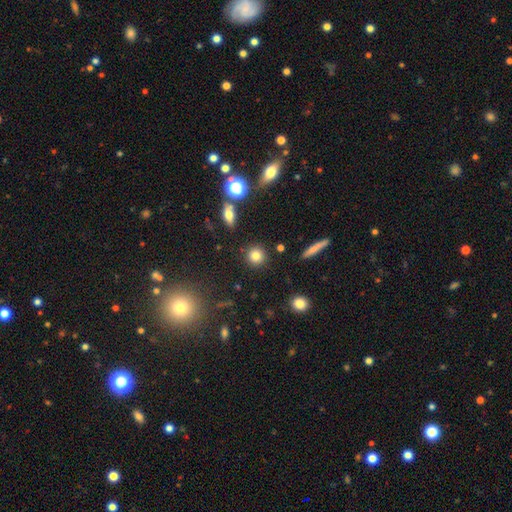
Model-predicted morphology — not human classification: Smooth or featured?
  - smooth: 80% *
  - star or artifact: 12%
  - featured or disk: 8%
How rounded?
  - round: 90% *
  - in between: 8%
  - cigar-shaped: 2%
Merging?
  - none: 88% *
  - minor disturbance: 6%
  - merger: 3%
  - major disturbance: 2%